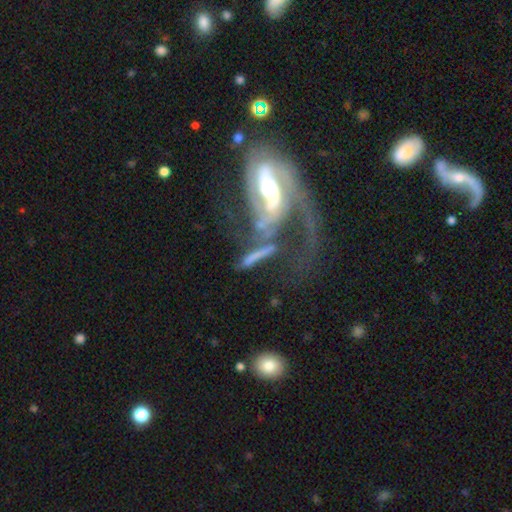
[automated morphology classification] featured or disk 61%, smooth 28%, star or artifact 10%. Down the decision tree: edge-on disk — no (74%); merging — merger (39%).